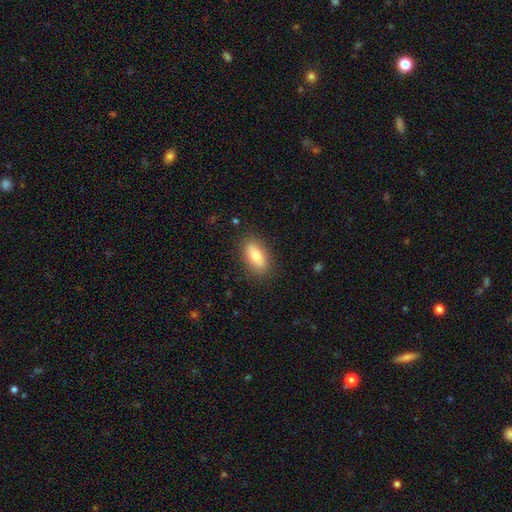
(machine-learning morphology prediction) type=smooth (74%); roundness=in between (86%); merging=none (85%).